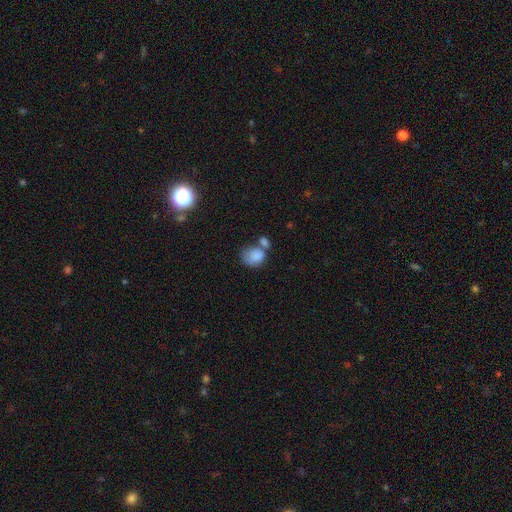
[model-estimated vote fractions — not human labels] Morphology: type=smooth (82%); roundness=round (52%); merging=merger (42%).